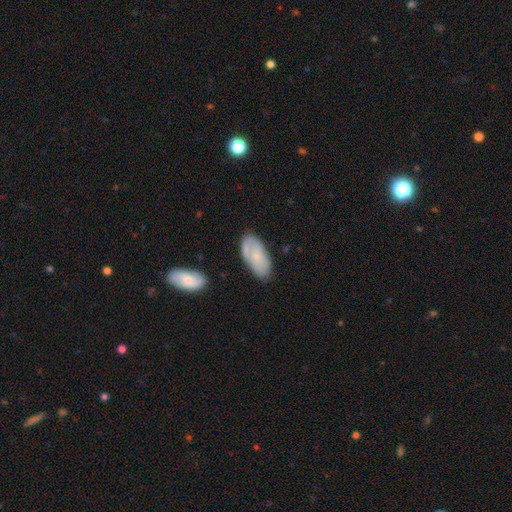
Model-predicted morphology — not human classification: This appears to be a smooth galaxy with no disk features (67%) that is in between round and cigar-shaped (93%). Merging: none (67%).